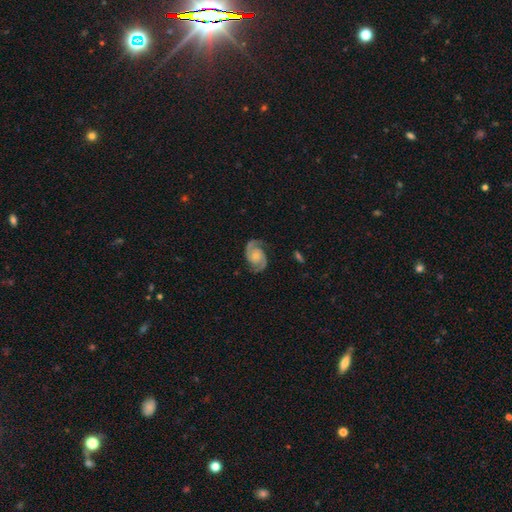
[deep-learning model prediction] Smooth or featured? featured or disk (92%)
Edge-on disk? no (98%)
Bar? no (68%)
Spiral arms? yes (98%)
Spiral winding? medium (52%)
Spiral arm count? 2 (94%)
Bulge size? small (55%)
Merging? none (83%)